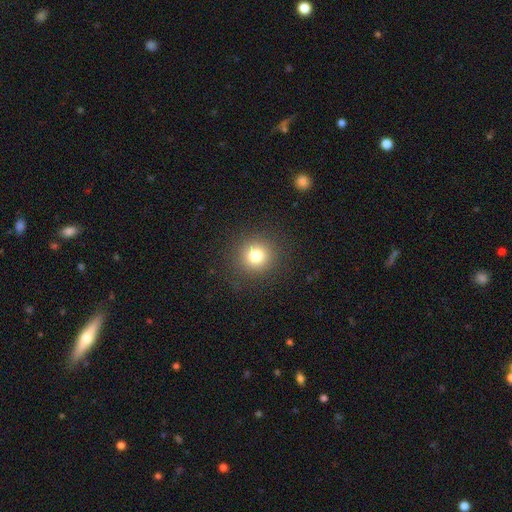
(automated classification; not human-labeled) This is likely a smooth galaxy (79%). How rounded: clearly round (93%). Merging: clearly none (90%).